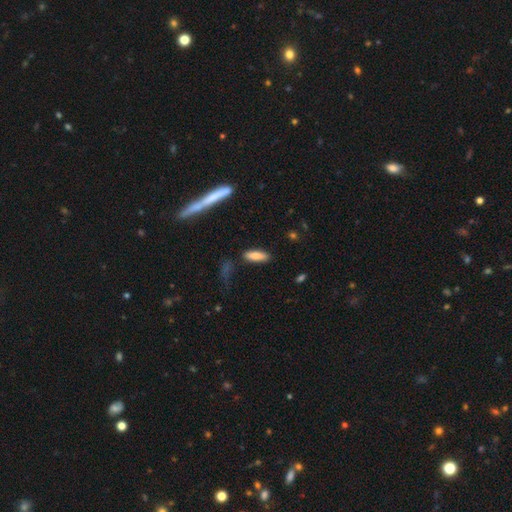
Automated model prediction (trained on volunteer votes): Q: Smooth or featured?
A: smooth (79%); runner-up: featured or disk (14%)
Q: How rounded?
A: in between (52%); runner-up: cigar-shaped (46%)
Q: Merging?
A: none (81%); runner-up: minor disturbance (12%)